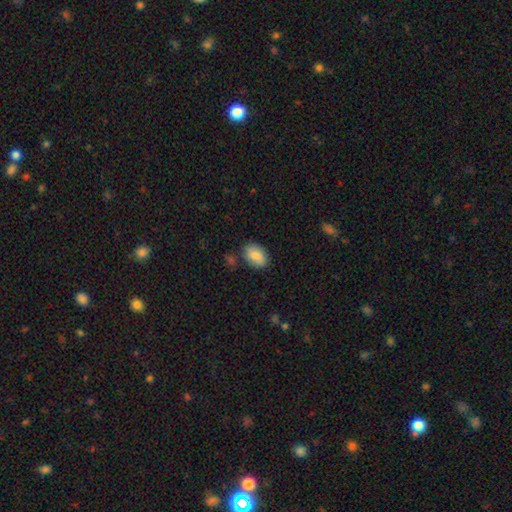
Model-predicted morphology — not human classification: Overall: smooth (81%). How rounded: in between (85%). Merging: none (79%).